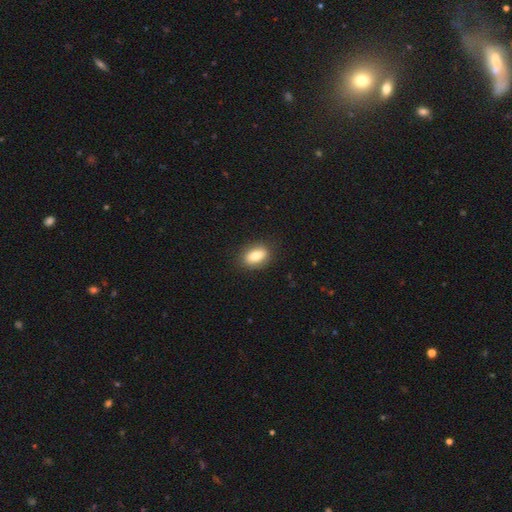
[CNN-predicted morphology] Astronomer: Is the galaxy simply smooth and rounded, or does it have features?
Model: smooth — 79%.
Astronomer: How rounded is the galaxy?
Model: in between — 84%.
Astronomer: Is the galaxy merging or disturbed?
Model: none — 87%.